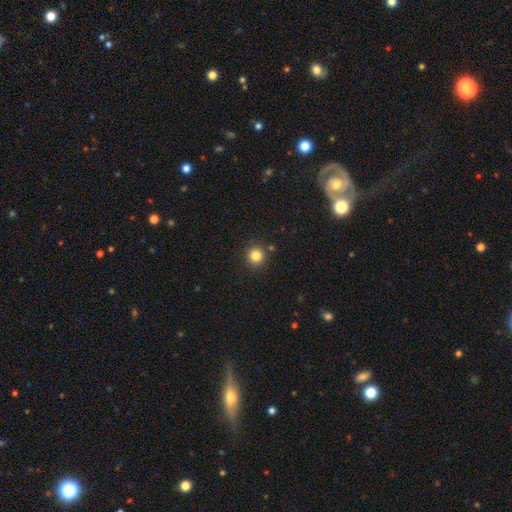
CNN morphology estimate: Smooth or featured: smooth — 83% (star or artifact — 13%)
How rounded: round — 94% (in between — 5%)
Merging: none — 89% (minor disturbance — 6%)